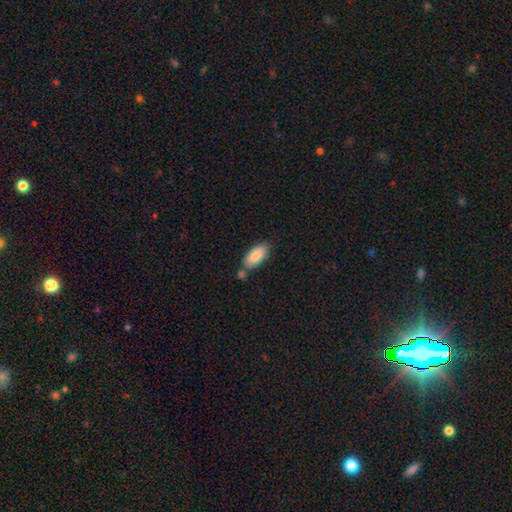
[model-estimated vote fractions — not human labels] This appears to be a smooth galaxy with no disk features (85%) that is in between round and cigar-shaped (90%). Merging: none (65%).